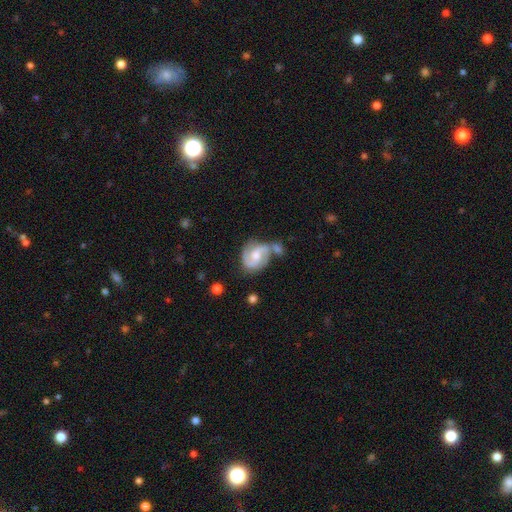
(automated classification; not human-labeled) A featured or disk galaxy (85%) with a weak bar (46%), 2 (90%) medium (56%) spiral arms (96%) and a moderate central bulge (56%). Merging: none (48%).